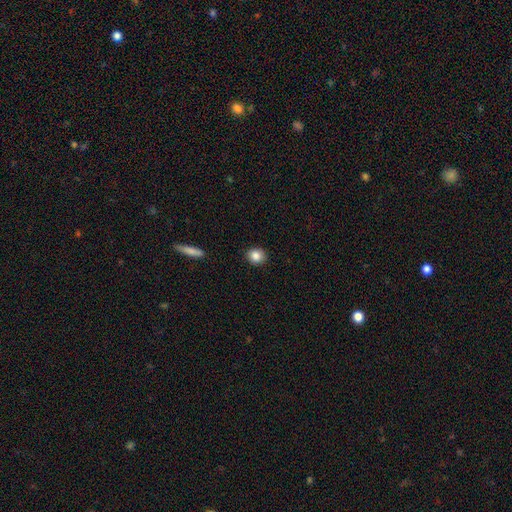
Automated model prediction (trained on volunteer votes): Smooth or featured?
  - smooth: 86% *
  - star or artifact: 9%
  - featured or disk: 5%
How rounded?
  - round: 79% *
  - in between: 20%
  - cigar-shaped: 1%
Merging?
  - none: 90% *
  - minor disturbance: 7%
  - major disturbance: 2%
  - merger: 1%